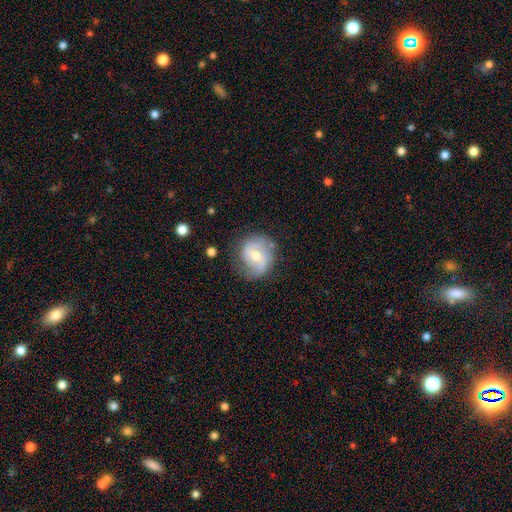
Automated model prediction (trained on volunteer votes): The model was most divided on "spiral winding": medium: 42%, loose: 37%, tight: 21%. Remaining: edge-on disk — no (97%); spiral arms — yes (85%); spiral arm count — 2 (77%); merging — none (67%); smooth or featured — featured or disk (66%); bulge size — moderate (59%); bar — weak (50%).